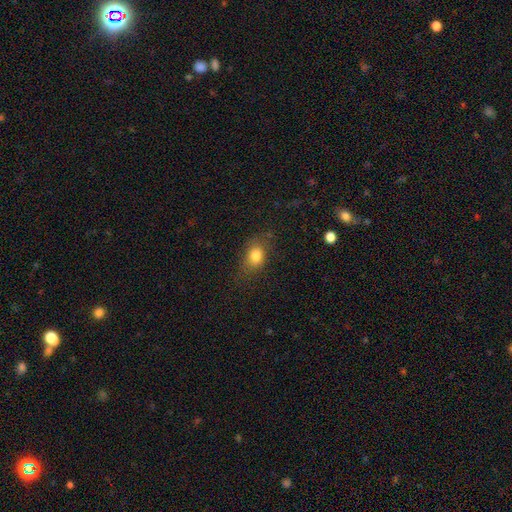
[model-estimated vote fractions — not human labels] Morphology: type=smooth (81%); roundness=in between (68%); merging=none (71%).